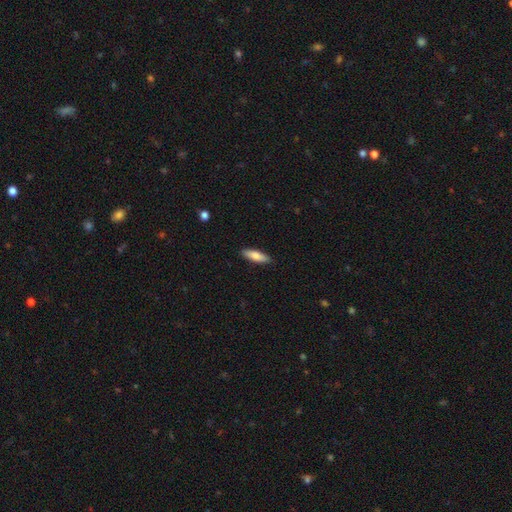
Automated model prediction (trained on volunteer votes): The model was most divided on "how rounded": cigar-shaped: 55%, in between: 43%, round: 2%. More confident: merging — none (89%); smooth or featured — smooth (77%).